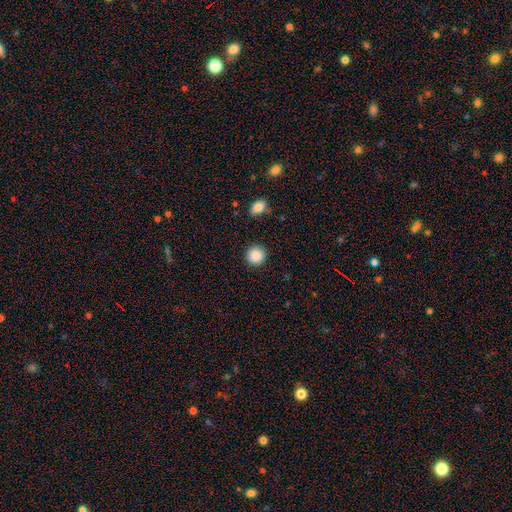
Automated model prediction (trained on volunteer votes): The model was most divided on "smooth or featured": smooth: 89%, star or artifact: 8%, featured or disk: 3%. More confident: how rounded — round (94%); merging — none (90%).